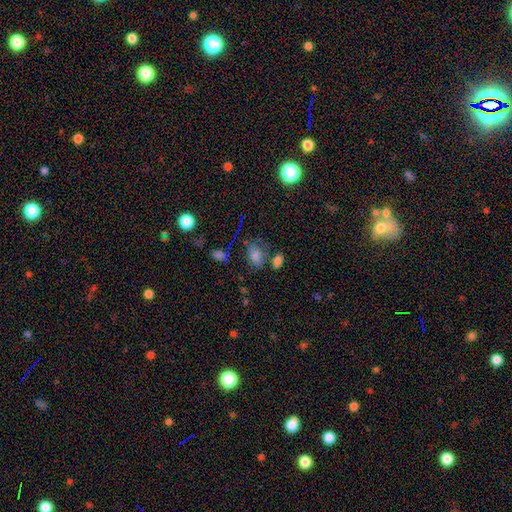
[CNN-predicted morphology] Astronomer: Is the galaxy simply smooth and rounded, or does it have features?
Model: smooth — 75%.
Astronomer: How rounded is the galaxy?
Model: in between — 82%.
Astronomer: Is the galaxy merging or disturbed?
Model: none — 54%.